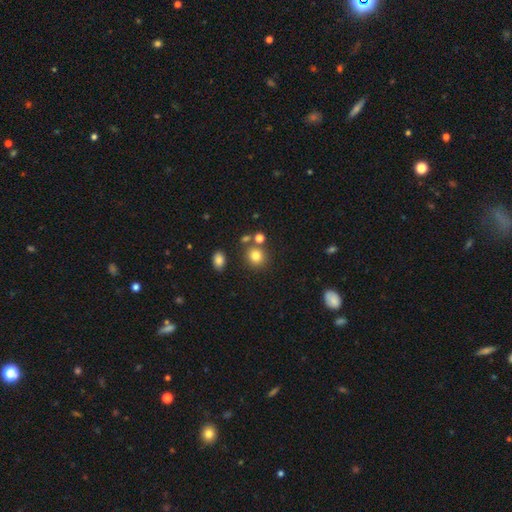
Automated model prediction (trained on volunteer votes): Smooth or featured? Predicted: smooth (p=0.80). How rounded? Predicted: round (p=0.82). Merging? Predicted: none (p=0.74).